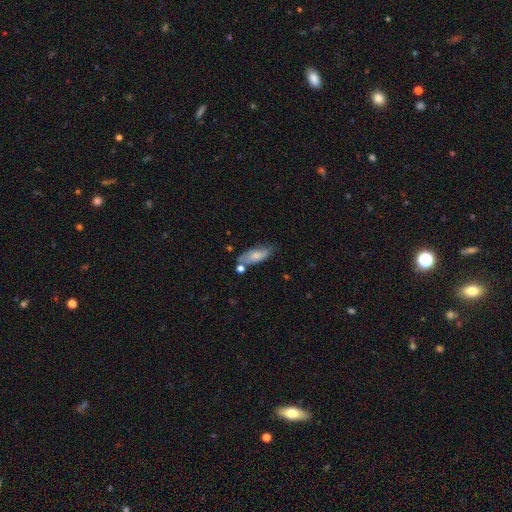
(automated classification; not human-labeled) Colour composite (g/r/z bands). It shows a smooth galaxy with no disk features (73%) that is in between round and cigar-shaped (79%). Merging: none (60%).